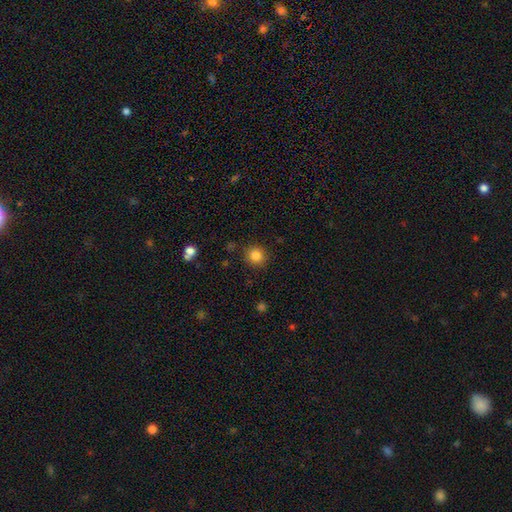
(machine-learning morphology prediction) This is clearly a smooth galaxy (84%). How rounded: clearly round (91%). Merging: clearly none (89%).